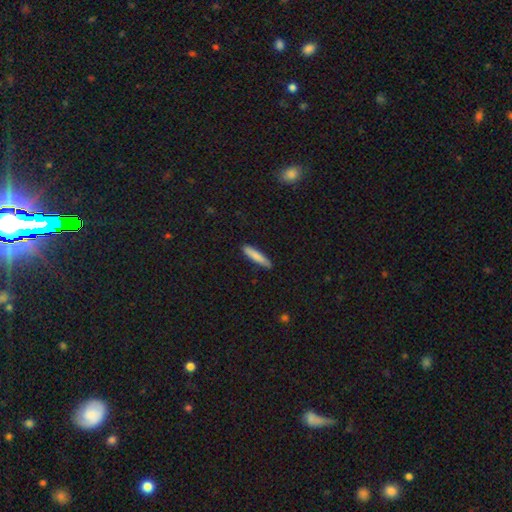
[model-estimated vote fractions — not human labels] Overall: smooth (82%). How rounded: cigar-shaped (89%). Merging: none (87%).